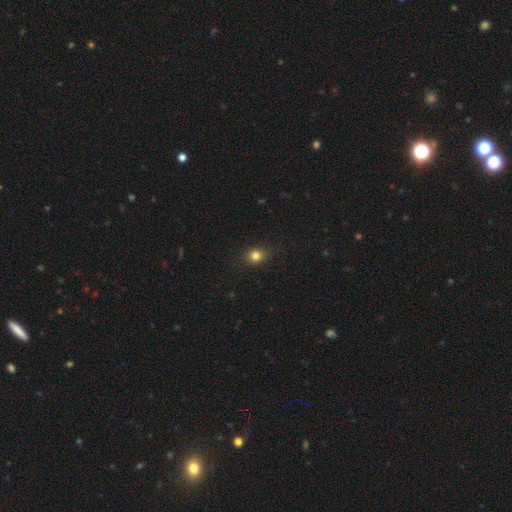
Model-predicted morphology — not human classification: A smooth galaxy with no disk features (82%) that is round (73%). Merging: none (86%).